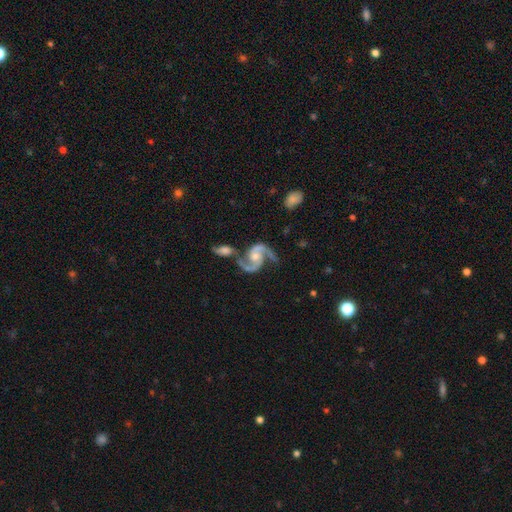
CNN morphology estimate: This appears to be a featured or disk galaxy (93%) with no bar (60%), 2 (94%) medium (59%) spiral arms (98%) and a moderate central bulge (53%). Merging: none (51%).